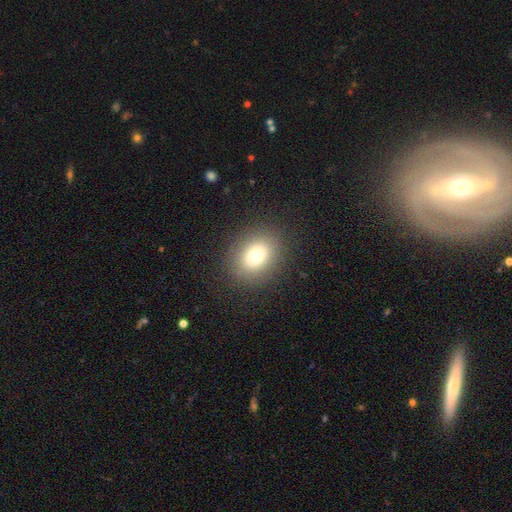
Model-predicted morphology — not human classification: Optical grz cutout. It shows a smooth galaxy with no disk features (78%) that is in between round and cigar-shaped (56%). Merging: none (87%).